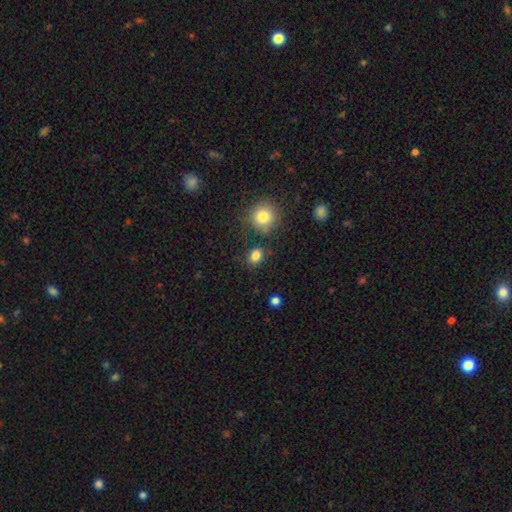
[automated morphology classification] smooth 83%, star or artifact 12%, featured or disk 6%. Down the decision tree: how rounded — in between (53%); merging — none (79%).